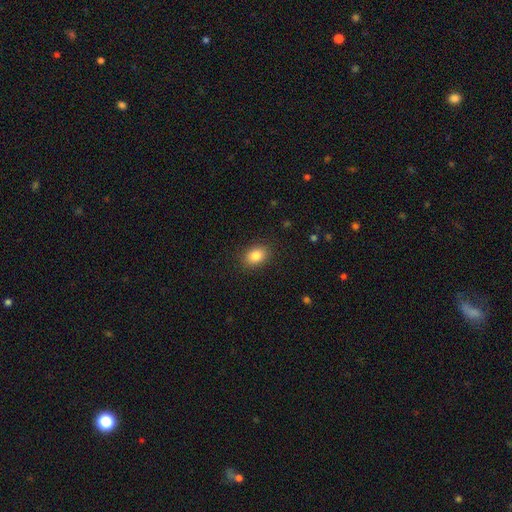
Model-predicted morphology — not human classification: Overall: smooth (85%). How rounded: in between (72%). Merging: none (88%).